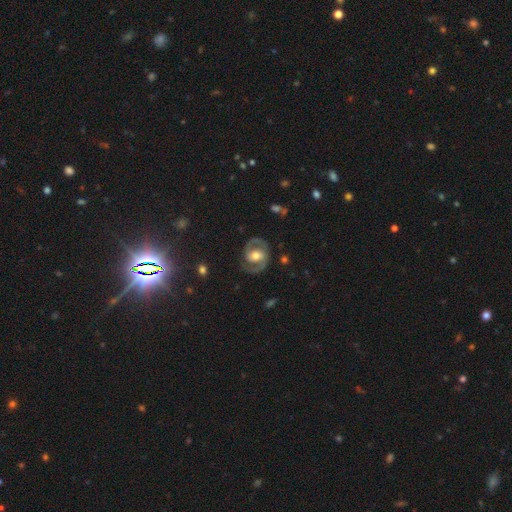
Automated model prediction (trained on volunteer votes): A featured or disk galaxy (85%) with no bar (40%), 2 (90%) medium (54%) spiral arms (92%) and a moderate central bulge (68%).

Vote fractions:
- Smooth or featured? featured or disk: 85% / smooth: 10% / star or artifact: 5%
- Edge-on disk? no: 97% / yes: 3%
- Bar? no: 40% / weak: 38% / strong: 22%
- Spiral arms? yes: 92% / no: 8%
- Spiral winding? medium: 54% / tight: 32% / loose: 13%
- Spiral arm count? 2: 90% / can't tell: 3% / 1: 3% / 3: 1% / 4: 1% / more than 4: 1%
- Bulge size? moderate: 68% / small: 15% / large: 14% / none: 1% / dominant: 1%
- Merging? none: 81% / minor disturbance: 12% / major disturbance: 6% / merger: 1%